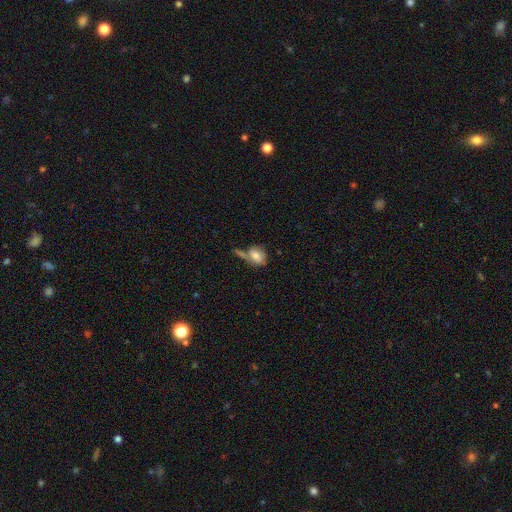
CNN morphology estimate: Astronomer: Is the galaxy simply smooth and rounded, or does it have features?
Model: smooth — 70%.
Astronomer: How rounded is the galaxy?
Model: in between — 52% (runner-up: round, 46%).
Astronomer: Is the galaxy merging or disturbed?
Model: none — 39% (runner-up: merger, 28%).